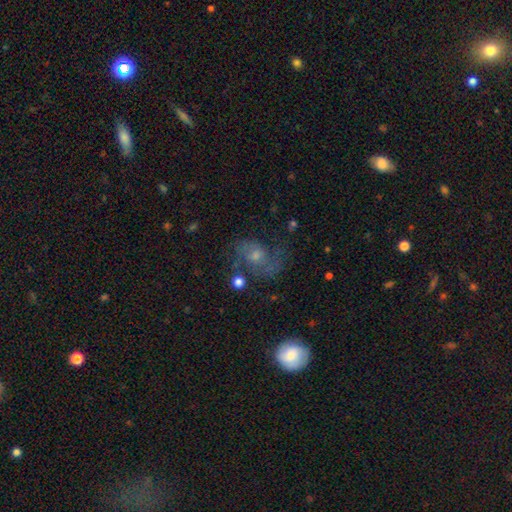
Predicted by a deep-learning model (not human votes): Smooth or featured: featured or disk — 67% (smooth — 18%)
Edge-on disk: no — 97% (yes — 3%)
Bar: no — 67% (weak — 28%)
Spiral arms: yes — 88% (no — 12%)
Spiral winding: medium — 46% (loose — 37%)
Spiral arm count: 2 — 74% (can't tell — 10%)
Bulge size: moderate — 47% (small — 43%)
Merging: none — 56% (major disturbance — 22%)